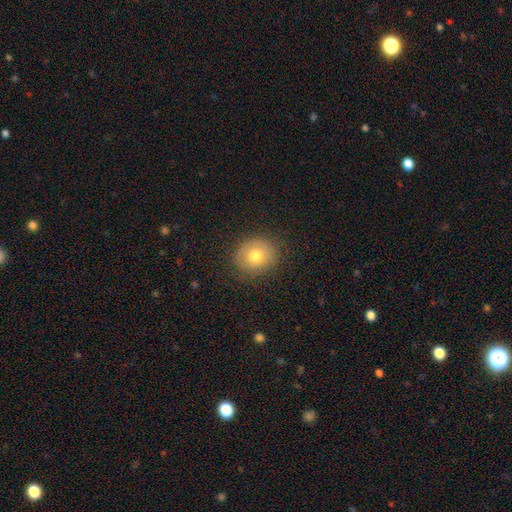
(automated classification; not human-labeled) smooth_or_featured: smooth (p=0.73) [alt: featured or disk p=0.17]
how_rounded: round (p=0.68) [alt: in between p=0.31]
merging: none (p=0.82) [alt: minor disturbance p=0.13]